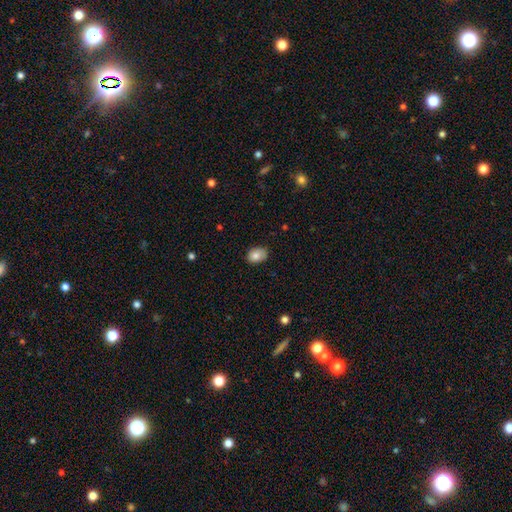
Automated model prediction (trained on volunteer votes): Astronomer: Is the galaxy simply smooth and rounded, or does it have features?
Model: smooth — 82%.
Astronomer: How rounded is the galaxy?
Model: in between — 80%.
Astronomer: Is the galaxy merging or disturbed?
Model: none — 76%.